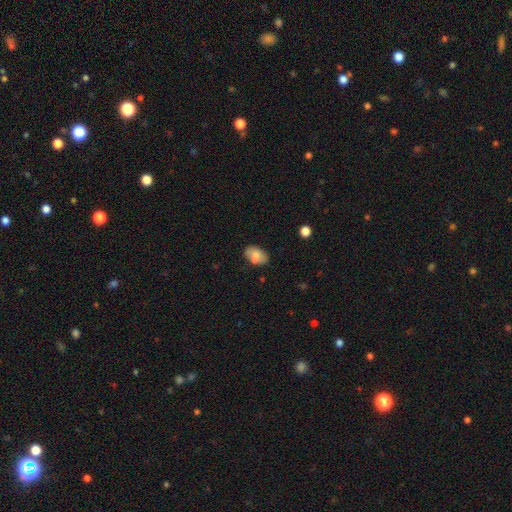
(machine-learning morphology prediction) Smooth or featured?
  - smooth: 74% *
  - featured or disk: 18%
  - star or artifact: 8%
How rounded?
  - in between: 86% *
  - round: 12%
  - cigar-shaped: 1%
Merging?
  - none: 63% *
  - minor disturbance: 19%
  - merger: 13%
  - major disturbance: 5%